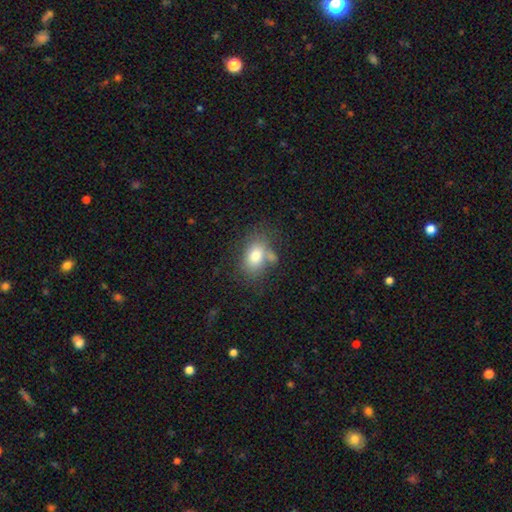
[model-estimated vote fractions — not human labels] Smooth or featured? smooth (77%)
How rounded? in between (82%)
Merging? none (57%)